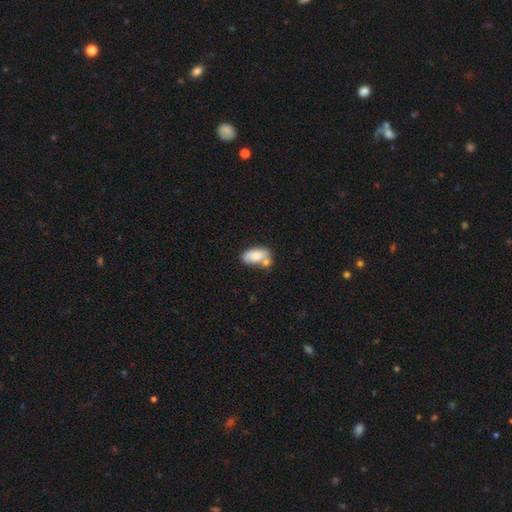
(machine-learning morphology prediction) Smooth or featured: smooth — 77% (featured or disk — 16%)
How rounded: in between — 92% (round — 4%)
Merging: none — 44% (merger — 31%)